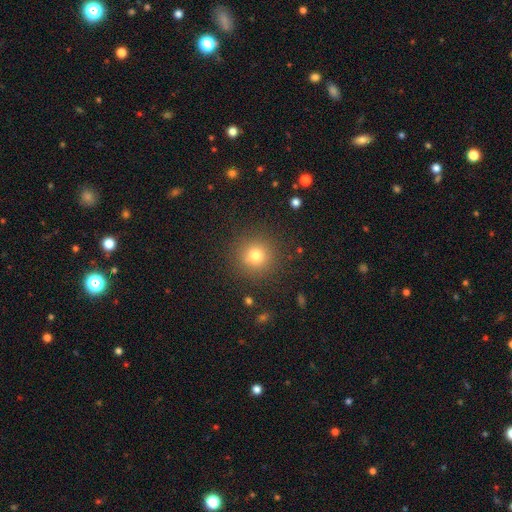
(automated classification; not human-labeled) A smooth galaxy with no disk features (75%) that is round (95%). Merging: none (89%).